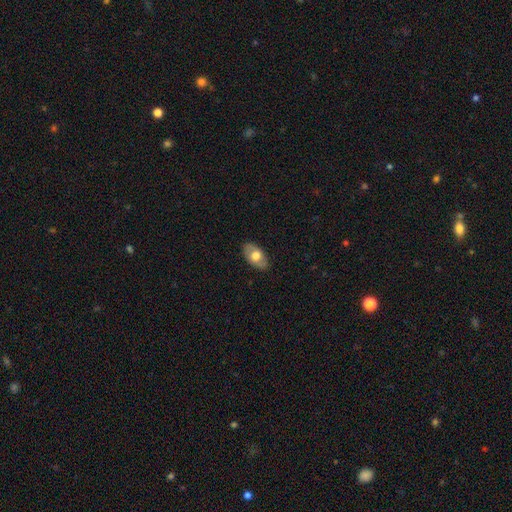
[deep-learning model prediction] A smooth galaxy with no disk features (61%) that is in between round and cigar-shaped (92%). Merging: none (84%).